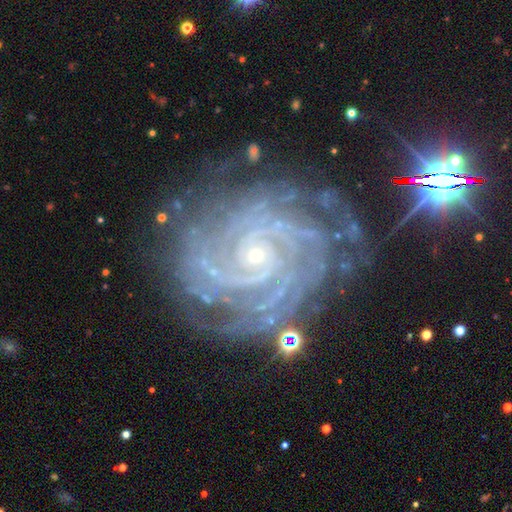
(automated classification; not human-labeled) Morphology: type=featured or disk (90%); edge-on=no (98%); bar=no (69%); spiral arms=yes (99%); winding=tight (82%); arm count=4 (22%); bulge=small (86%); merging=none (76%).